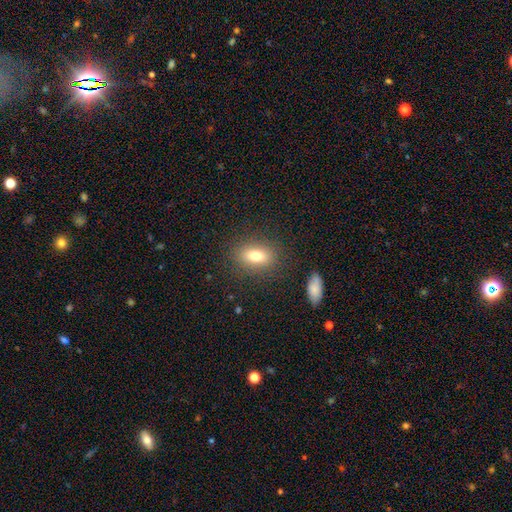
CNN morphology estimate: Smooth or featured: smooth — 76% (featured or disk — 14%)
How rounded: in between — 77% (round — 18%)
Merging: none — 85% (minor disturbance — 9%)